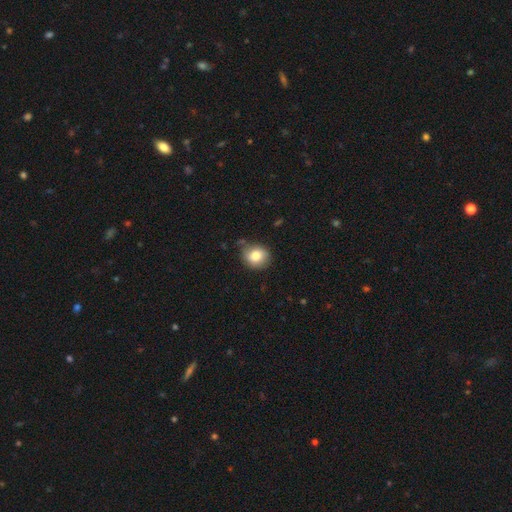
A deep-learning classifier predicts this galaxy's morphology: This is clearly a smooth galaxy (82%). How rounded: likely round (75%). Merging: likely none (75%).